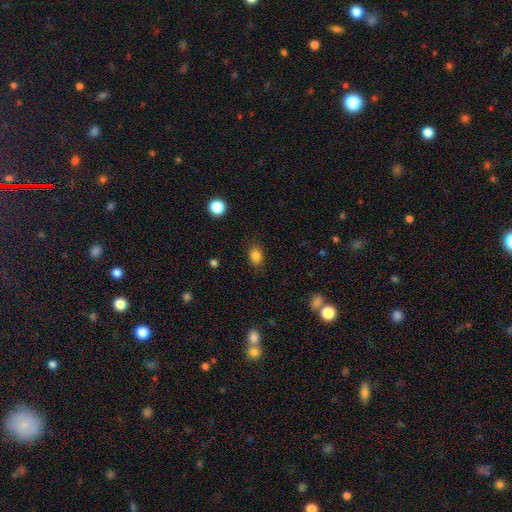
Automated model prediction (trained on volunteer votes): This appears to be a smooth galaxy with no disk features (84%) that is in between round and cigar-shaped (60%). Merging: none (82%).